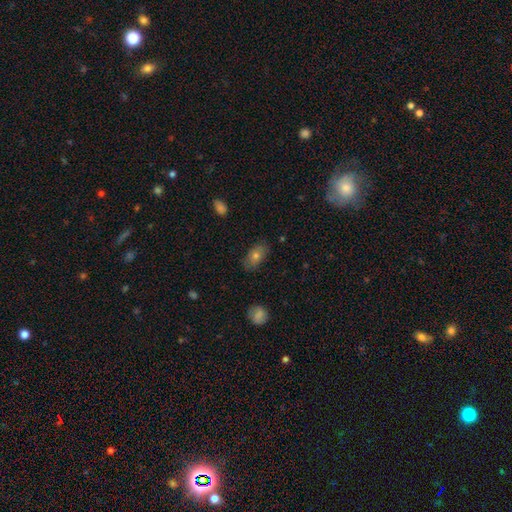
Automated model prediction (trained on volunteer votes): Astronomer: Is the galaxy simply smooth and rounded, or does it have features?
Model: smooth — 70%.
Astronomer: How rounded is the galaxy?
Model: in between — 87%.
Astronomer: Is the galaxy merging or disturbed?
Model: none — 82%.